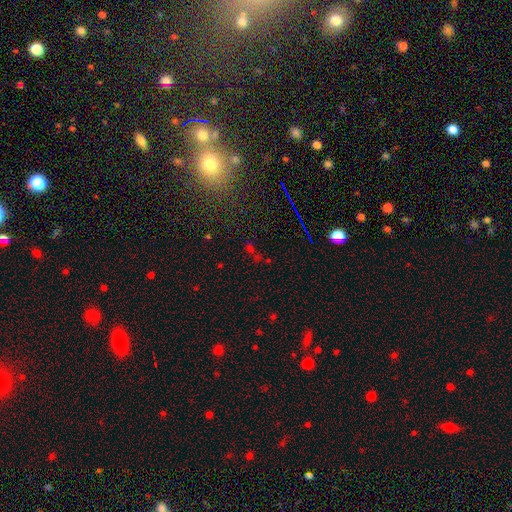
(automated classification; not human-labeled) A star or artifact, not a galaxy (62%).